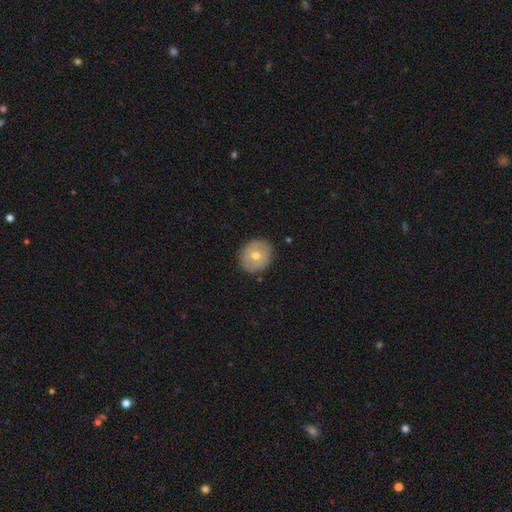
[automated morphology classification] Q: Smooth or featured?
A: smooth (56%); runner-up: featured or disk (36%)
Q: How rounded?
A: round (81%); runner-up: in between (18%)
Q: Merging?
A: none (88%); runner-up: minor disturbance (9%)